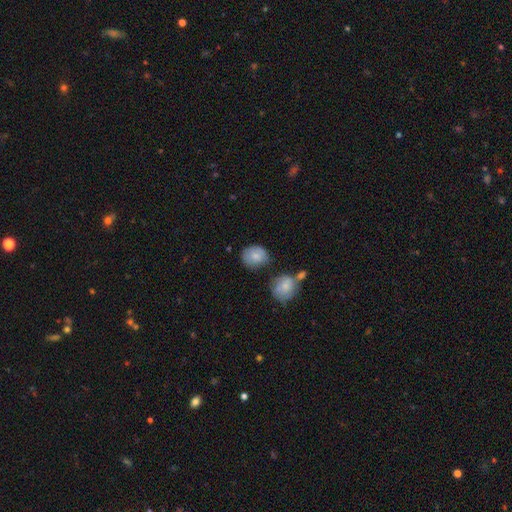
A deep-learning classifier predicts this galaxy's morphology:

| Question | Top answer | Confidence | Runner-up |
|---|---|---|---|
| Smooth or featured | smooth | 72% | featured or disk (20%) |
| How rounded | round | 61% | in between (38%) |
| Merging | none | 59% | minor disturbance (26%) |